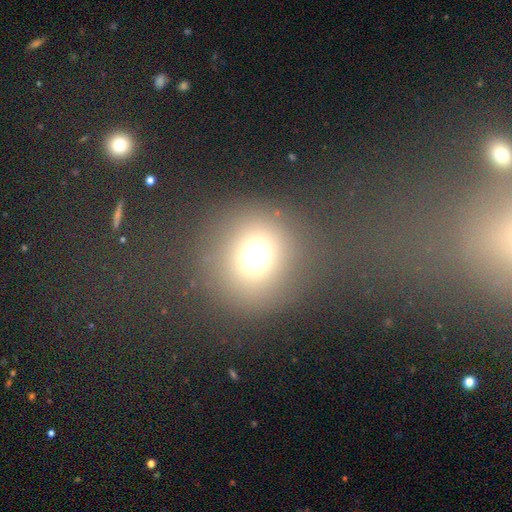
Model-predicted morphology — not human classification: smooth 66%, star or artifact 25%, featured or disk 9%. Down the decision tree: how rounded — round (87%); merging — none (76%).